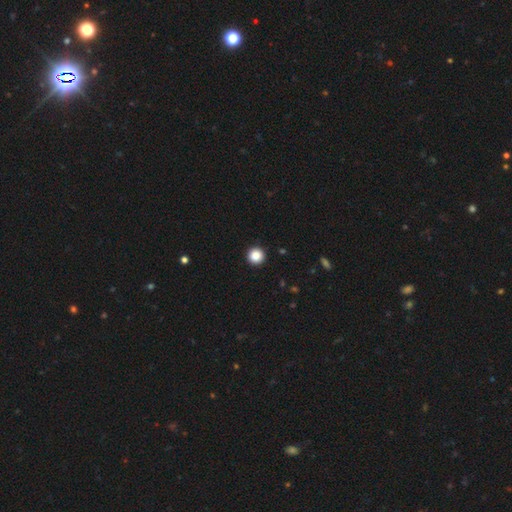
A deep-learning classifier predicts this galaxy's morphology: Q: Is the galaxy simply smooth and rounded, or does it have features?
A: smooth — 87%.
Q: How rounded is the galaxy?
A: round — 96%.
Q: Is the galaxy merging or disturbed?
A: none — 94%.